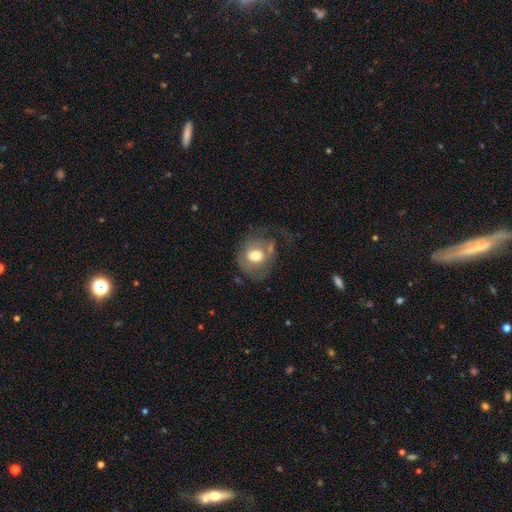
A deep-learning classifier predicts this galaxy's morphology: The model was most divided on "merging": none: 40%, major disturbance: 31%, minor disturbance: 23%, merger: 6%. More confident: how rounded — round (65%); smooth or featured — smooth (57%).